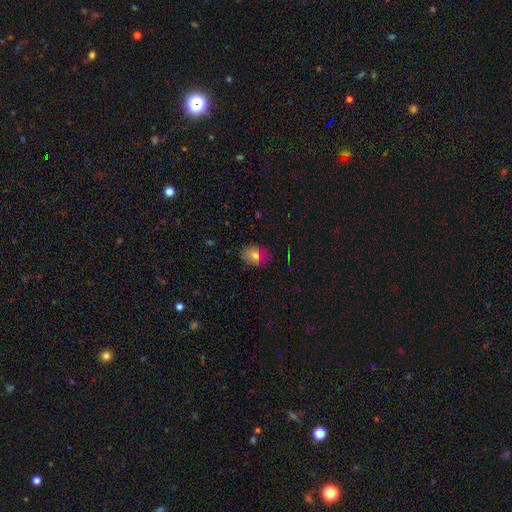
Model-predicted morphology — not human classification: smooth 76%, featured or disk 14%, star or artifact 10%. Down the decision tree: how rounded — in between (69%); merging — none (80%).